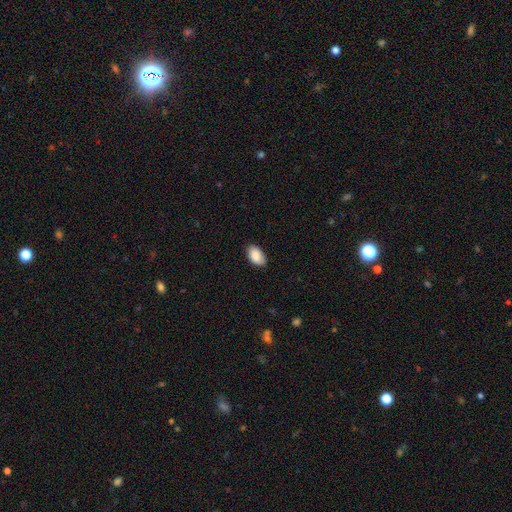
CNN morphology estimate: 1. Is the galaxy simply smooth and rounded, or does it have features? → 88% smooth, 6% star or artifact, 5% featured or disk.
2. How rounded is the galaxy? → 94% in between, 4% round, 1% cigar-shaped.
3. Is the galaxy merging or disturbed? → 85% none, 12% minor disturbance, 2% major disturbance, 1% merger.